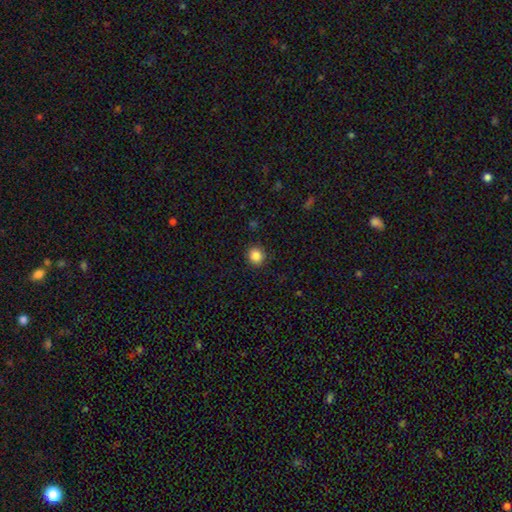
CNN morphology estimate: Q: Smooth or featured?
A: smooth (86%); runner-up: star or artifact (10%)
Q: How rounded?
A: round (89%); runner-up: in between (10%)
Q: Merging?
A: none (90%); runner-up: minor disturbance (6%)